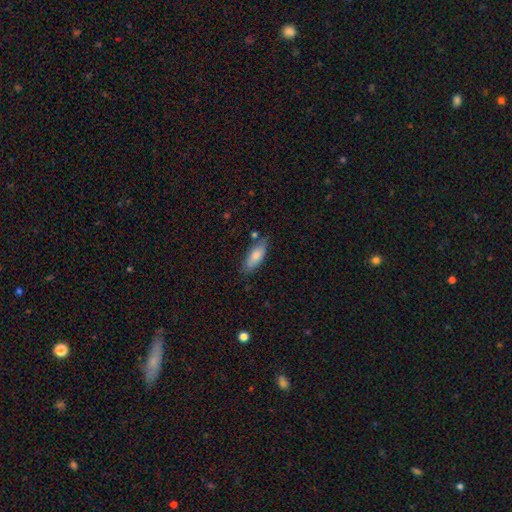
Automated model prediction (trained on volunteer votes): Smooth or featured?
  - smooth: 79% *
  - featured or disk: 15%
  - star or artifact: 6%
How rounded?
  - in between: 72% *
  - cigar-shaped: 26%
  - round: 2%
Merging?
  - none: 73% *
  - minor disturbance: 19%
  - merger: 4%
  - major disturbance: 4%